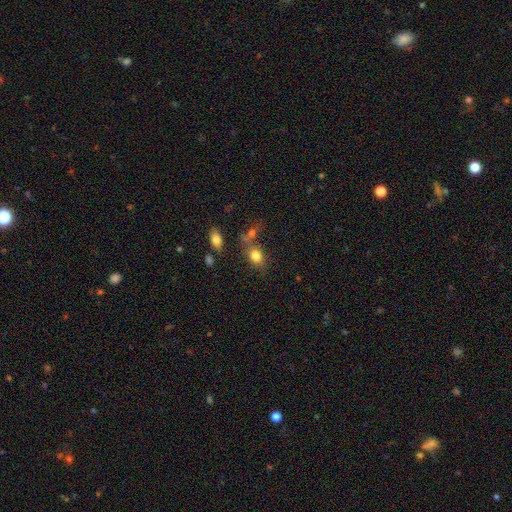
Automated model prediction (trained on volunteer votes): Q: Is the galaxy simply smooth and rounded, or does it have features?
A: smooth — 81%.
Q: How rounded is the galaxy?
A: in between — 61%.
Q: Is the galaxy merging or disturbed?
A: none — 60%.